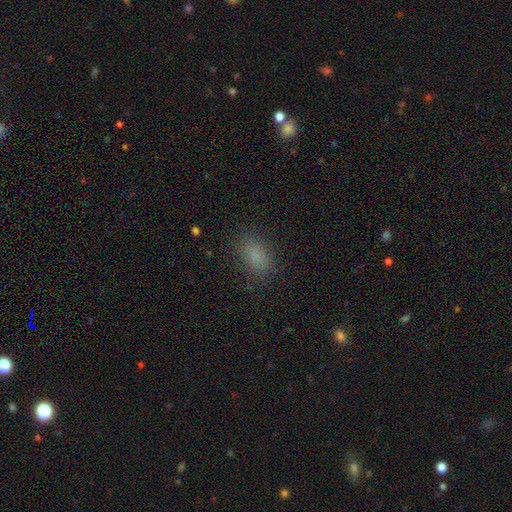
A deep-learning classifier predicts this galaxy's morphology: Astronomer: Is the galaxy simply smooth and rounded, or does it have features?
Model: smooth — 82%.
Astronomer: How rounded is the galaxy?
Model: in between — 86%.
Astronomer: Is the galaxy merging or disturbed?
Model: none — 83%.